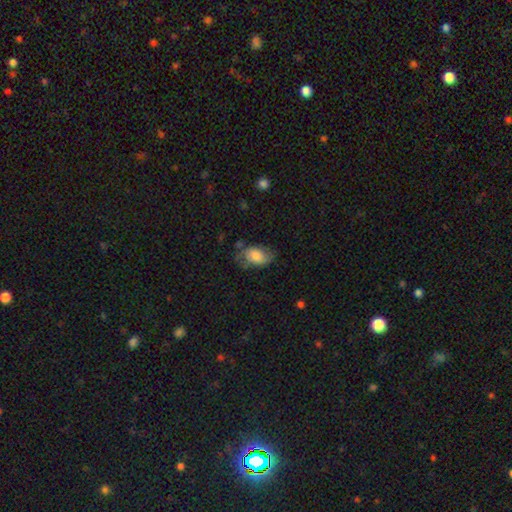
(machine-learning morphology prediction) The model was most divided on "merging": none: 52%, minor disturbance: 31%, major disturbance: 14%, merger: 3%. More confident: how rounded — in between (87%); smooth or featured — smooth (70%).